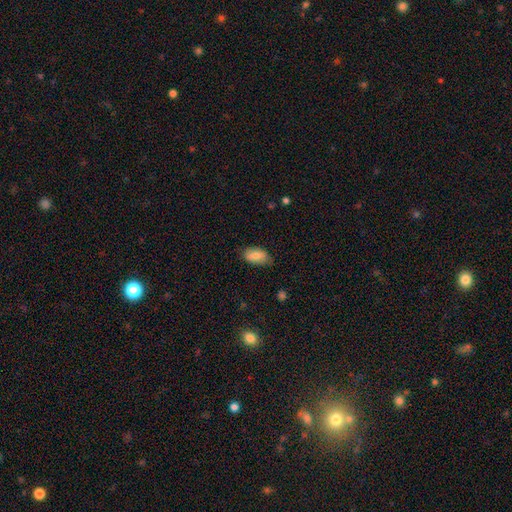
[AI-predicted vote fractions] The model was most divided on "merging": none: 71%, minor disturbance: 24%, major disturbance: 4%, merger: 1%. More confident: how rounded — in between (93%); smooth or featured — smooth (77%).